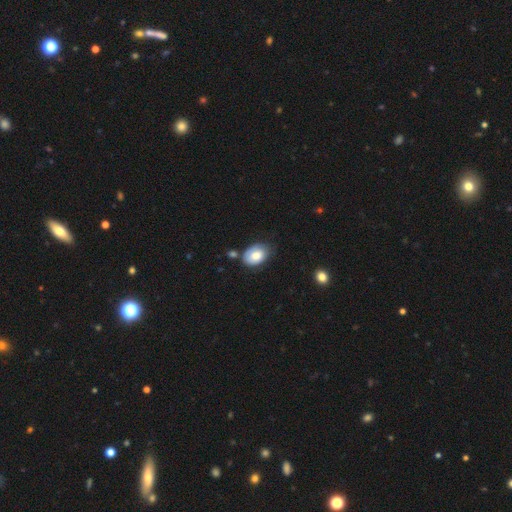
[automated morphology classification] This is likely a smooth galaxy (75%). How rounded: clearly in between (84%). Merging: possibly none (57%).